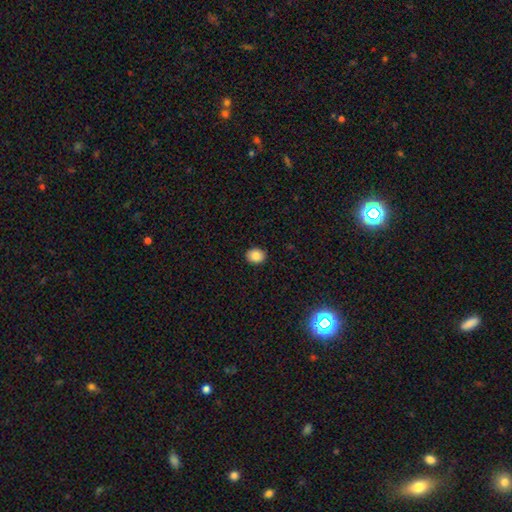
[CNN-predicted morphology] smooth 86%, star or artifact 9%, featured or disk 5%. Down the decision tree: how rounded — round (57%); merging — none (91%).